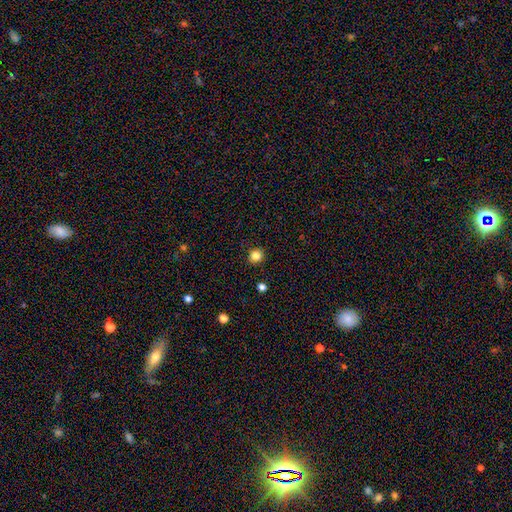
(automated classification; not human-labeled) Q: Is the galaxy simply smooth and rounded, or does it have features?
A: smooth — 84%.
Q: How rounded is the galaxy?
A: round — 90%.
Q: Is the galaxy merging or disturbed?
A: none — 90%.